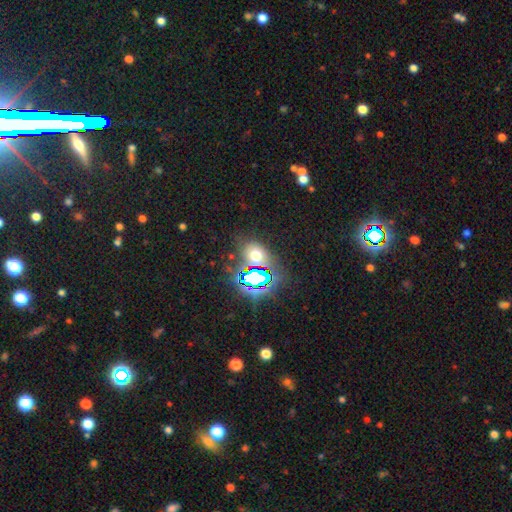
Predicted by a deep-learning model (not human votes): This is possibly a smooth galaxy (47%). Merging: likely none (72%).